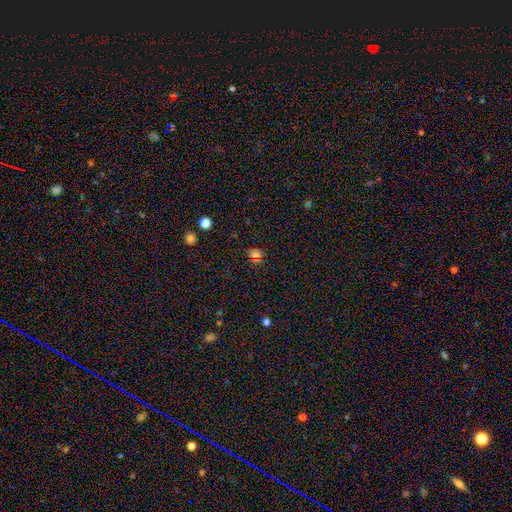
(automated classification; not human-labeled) smooth 58%, star or artifact 36%, featured or disk 7%. Down the decision tree: how rounded — round (77%); merging — none (84%).